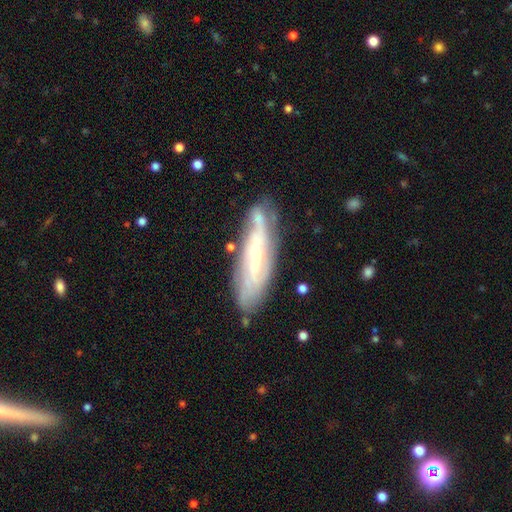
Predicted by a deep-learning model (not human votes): Q: Smooth or featured?
A: featured or disk (71%); runner-up: smooth (23%)
Q: Edge-on disk?
A: no (68%); runner-up: yes (32%)
Q: Merging?
A: none (71%); runner-up: minor disturbance (18%)